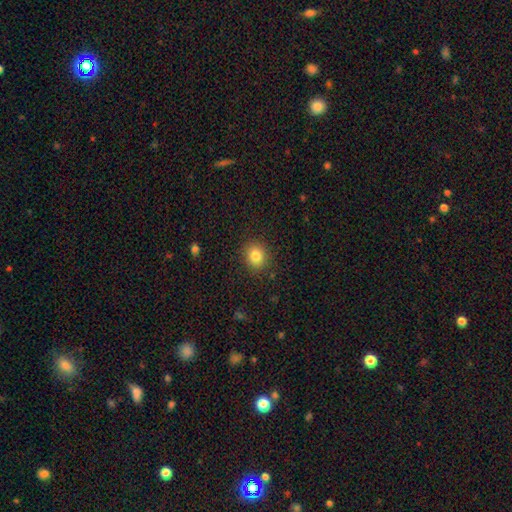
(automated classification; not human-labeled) A smooth galaxy with no disk features (83%) that is round (77%). Merging: none (89%).